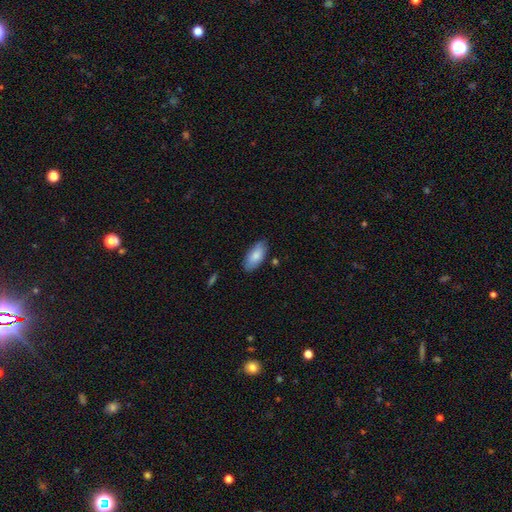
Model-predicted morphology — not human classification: The model was most divided on "merging": none: 83%, minor disturbance: 13%, major disturbance: 2%, merger: 2%. More confident: how rounded — in between (89%); smooth or featured — smooth (84%).